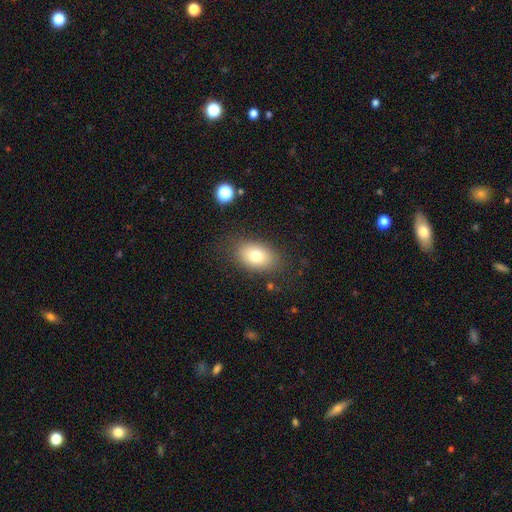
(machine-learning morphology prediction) Smooth or featured: smooth — 77% (featured or disk — 13%)
How rounded: in between — 84% (round — 14%)
Merging: none — 81% (minor disturbance — 12%)